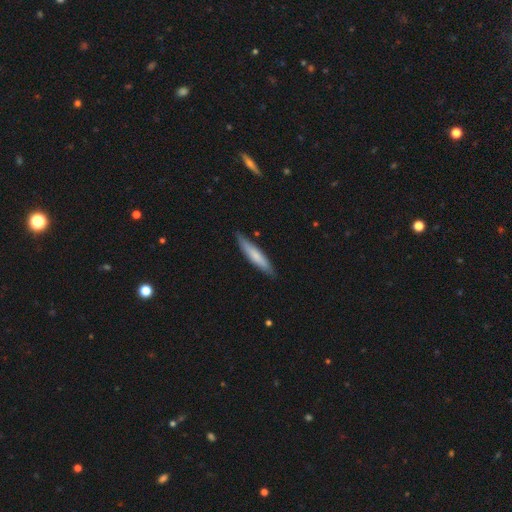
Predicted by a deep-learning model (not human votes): Smooth or featured?
  - smooth: 69% *
  - featured or disk: 26%
  - star or artifact: 5%
How rounded?
  - cigar-shaped: 89% *
  - in between: 9%
  - round: 1%
Merging?
  - none: 86% *
  - minor disturbance: 11%
  - major disturbance: 2%
  - merger: 1%